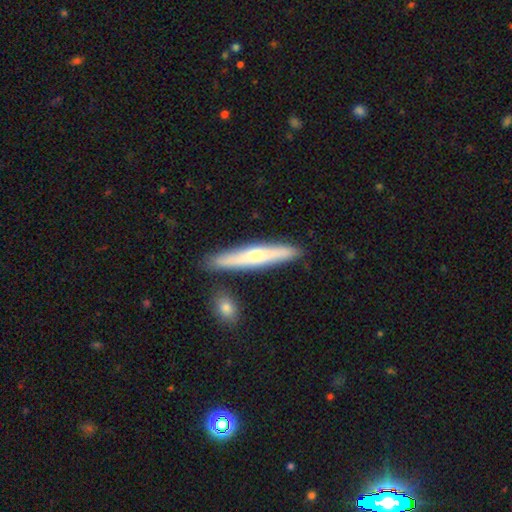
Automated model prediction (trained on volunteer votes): Q: Smooth or featured?
A: featured or disk (48%); runner-up: smooth (46%)
Q: Merging?
A: none (84%); runner-up: minor disturbance (9%)